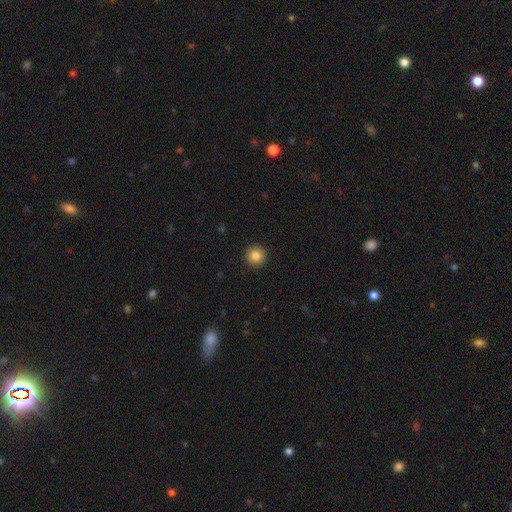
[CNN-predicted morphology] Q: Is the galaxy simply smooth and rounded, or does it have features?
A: smooth — 85%.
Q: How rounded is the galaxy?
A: round — 96%.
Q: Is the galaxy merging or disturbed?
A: none — 93%.